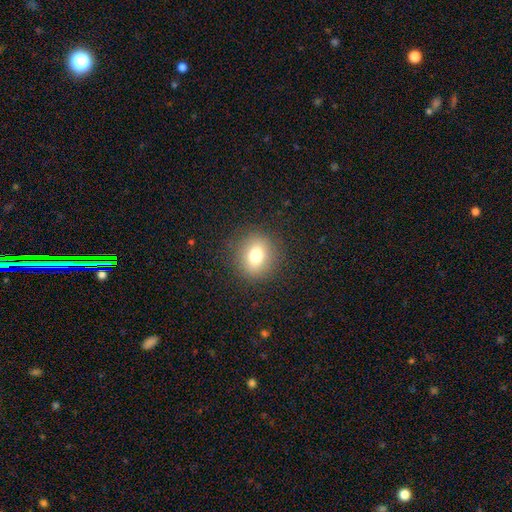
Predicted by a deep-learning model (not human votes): smooth 77%, star or artifact 12%, featured or disk 11%. Down the decision tree: how rounded — round (73%); merging — none (88%).